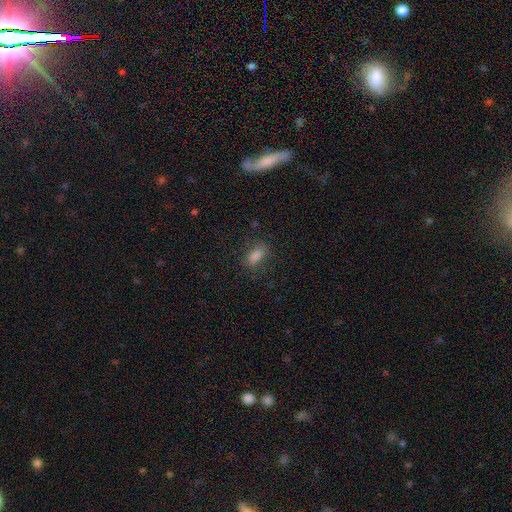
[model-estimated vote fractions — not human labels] Q: Smooth or featured?
A: smooth (76%); runner-up: star or artifact (14%)
Q: How rounded?
A: in between (79%); runner-up: cigar-shaped (12%)
Q: Merging?
A: none (77%); runner-up: minor disturbance (14%)